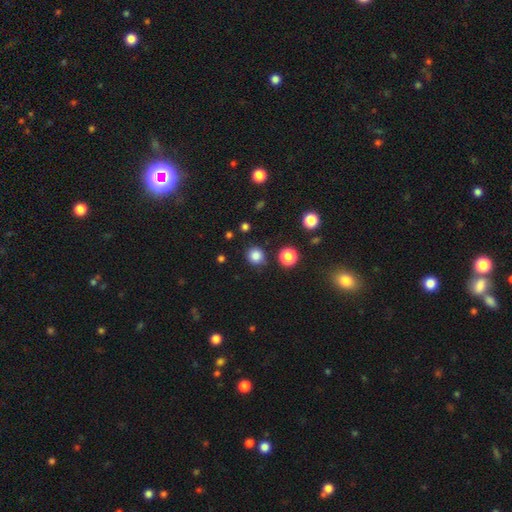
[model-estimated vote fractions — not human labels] Morphology: type=smooth (83%); roundness=round (89%); merging=none (86%).